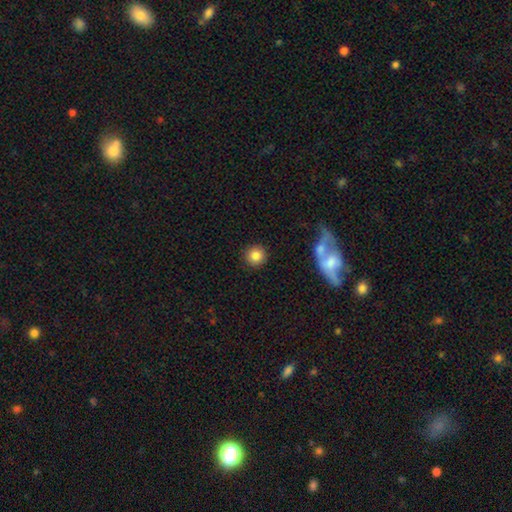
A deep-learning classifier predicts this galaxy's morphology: A smooth galaxy with no disk features (84%) that is round (94%). Merging: none (91%).